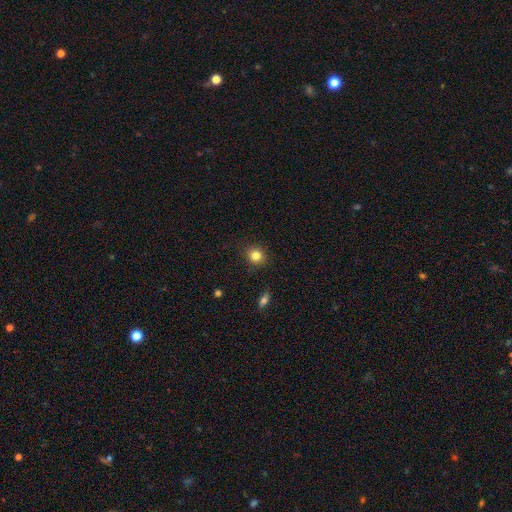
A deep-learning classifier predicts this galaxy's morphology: Q: Smooth or featured?
A: smooth (82%); runner-up: star or artifact (12%)
Q: How rounded?
A: round (85%); runner-up: in between (14%)
Q: Merging?
A: none (90%); runner-up: minor disturbance (7%)